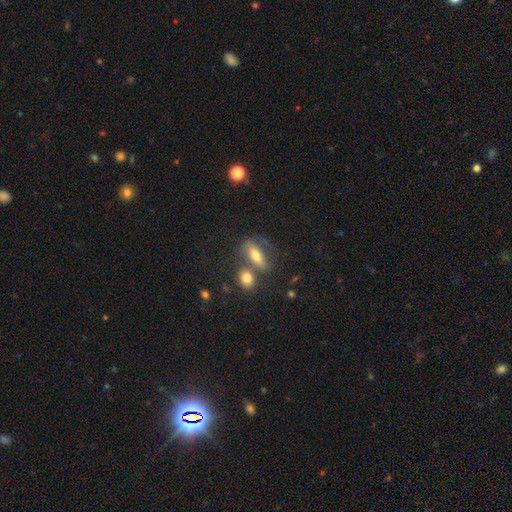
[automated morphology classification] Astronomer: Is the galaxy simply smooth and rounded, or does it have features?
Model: smooth — 61%.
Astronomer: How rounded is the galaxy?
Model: in between — 65%.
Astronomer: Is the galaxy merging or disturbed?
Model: none — 49% (runner-up: merger, 30%).